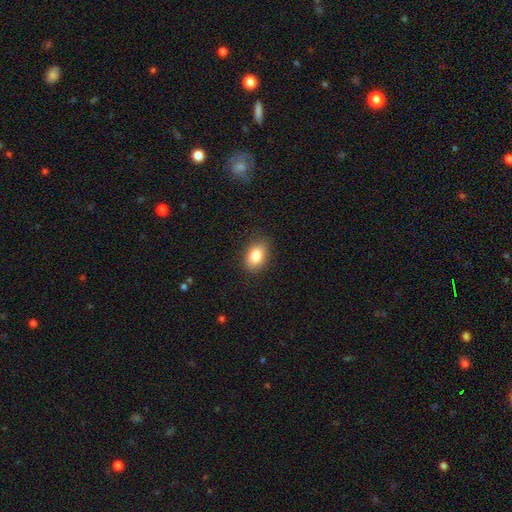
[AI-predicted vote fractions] A smooth galaxy with no disk features (84%) that is in between round and cigar-shaped (81%). Merging: none (86%).